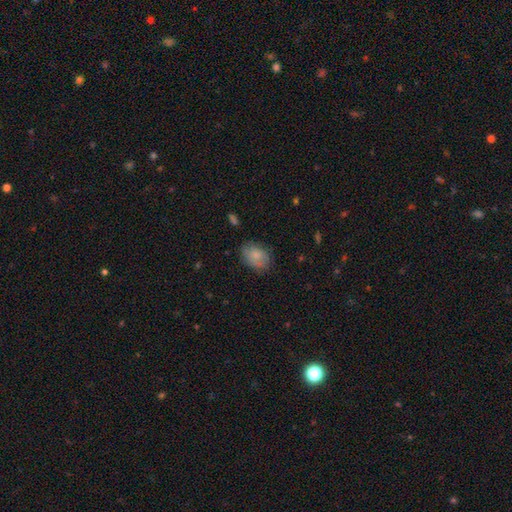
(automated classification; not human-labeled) A smooth galaxy with no disk features (80%) that is in between round and cigar-shaped (78%).

Vote fractions:
- Smooth or featured? smooth: 80% / featured or disk: 13% / star or artifact: 7%
- How rounded? in between: 78% / round: 21% / cigar-shaped: 1%
- Merging? none: 73% / minor disturbance: 20% / major disturbance: 5% / merger: 2%